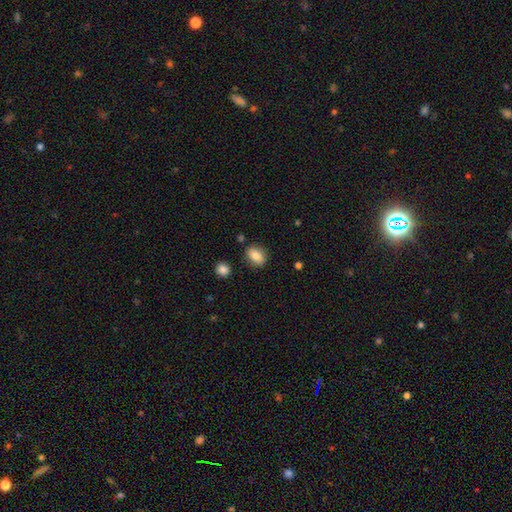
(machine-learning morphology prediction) Overall: smooth (83%). How rounded: in between (70%). Merging: none (82%).